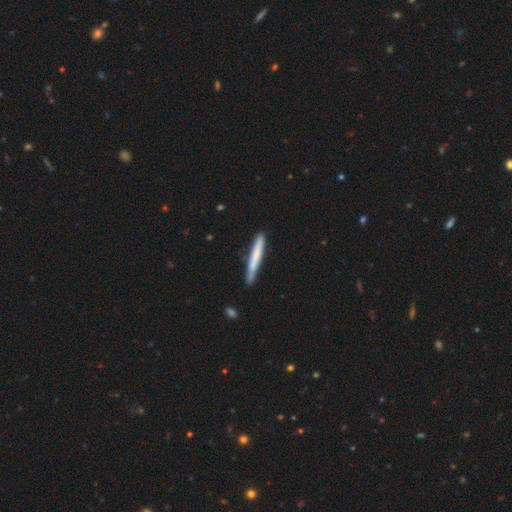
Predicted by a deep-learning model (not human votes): Morphology: type=smooth (65%); roundness=cigar-shaped (96%); merging=none (81%).